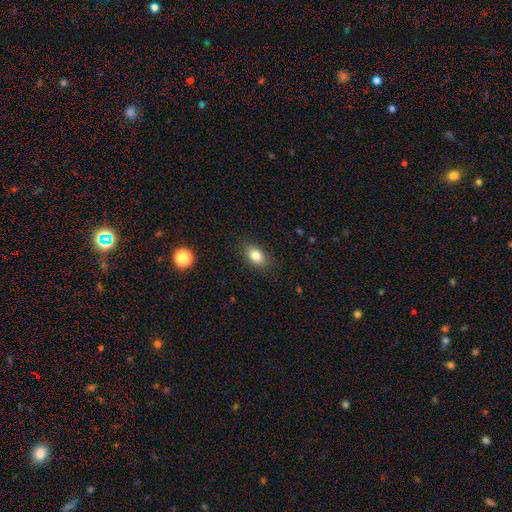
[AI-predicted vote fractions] The model was most divided on "how rounded": in between: 83%, round: 15%, cigar-shaped: 2%. More confident: merging — none (86%); smooth or featured — smooth (83%).